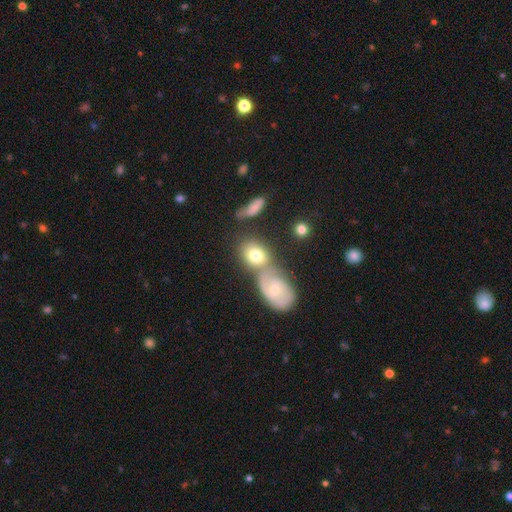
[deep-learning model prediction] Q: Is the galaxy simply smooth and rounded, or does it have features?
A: smooth — 68%.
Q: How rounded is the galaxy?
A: in between — 61%.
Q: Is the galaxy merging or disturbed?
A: merger — 47%.